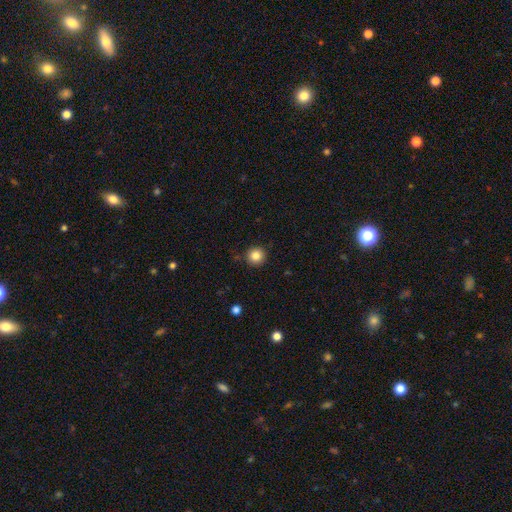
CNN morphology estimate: smooth 84%, star or artifact 11%, featured or disk 5%. Down the decision tree: how rounded — round (95%); merging — none (89%).